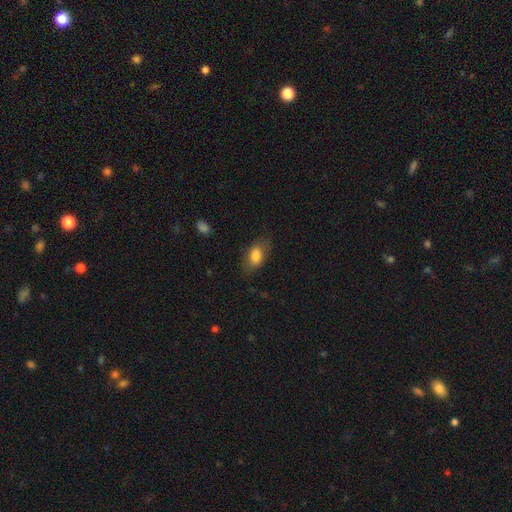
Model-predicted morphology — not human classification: type=smooth (79%); roundness=in between (88%); merging=none (77%).